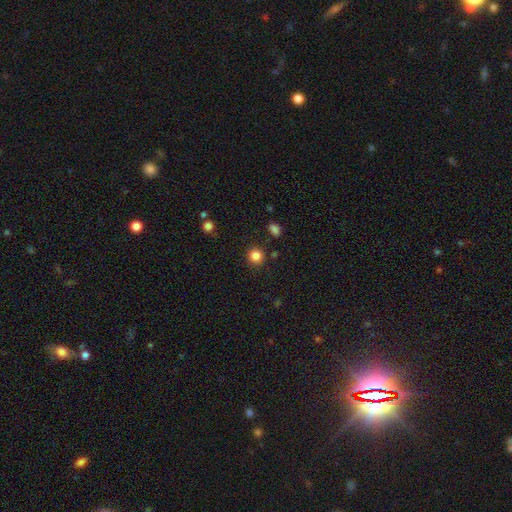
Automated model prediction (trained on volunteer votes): Morphology: type=smooth (84%); roundness=round (91%); merging=none (89%).